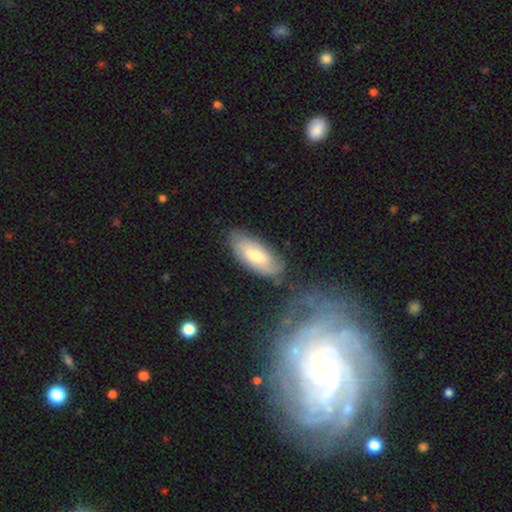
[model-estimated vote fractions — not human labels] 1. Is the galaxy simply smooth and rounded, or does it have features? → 60% smooth, 34% featured or disk, 6% star or artifact.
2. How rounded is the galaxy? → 82% in between, 16% cigar-shaped, 2% round.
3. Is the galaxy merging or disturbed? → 73% none, 18% minor disturbance, 5% major disturbance, 4% merger.